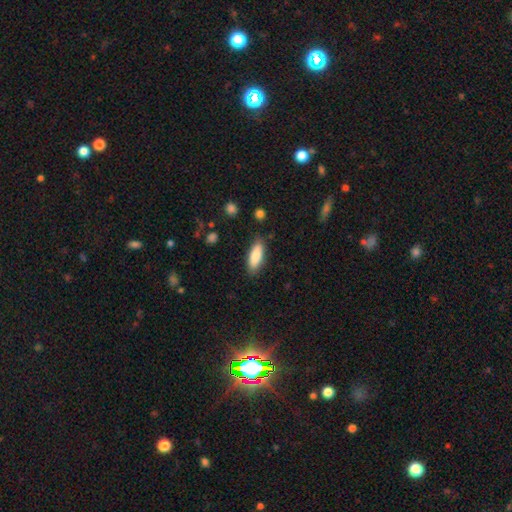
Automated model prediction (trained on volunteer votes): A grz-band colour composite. It shows a smooth galaxy with no disk features (82%) that is in between round and cigar-shaped (70%). Merging: none (83%).